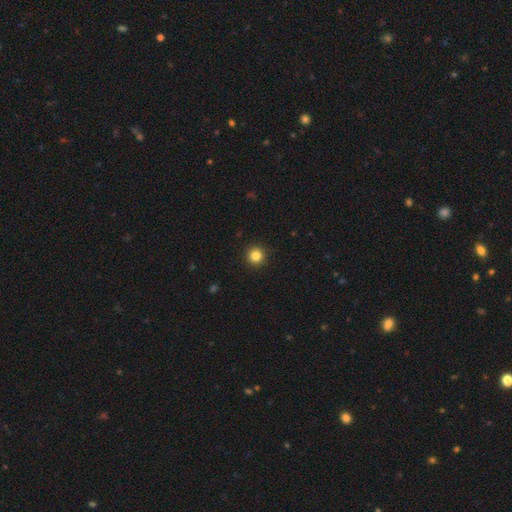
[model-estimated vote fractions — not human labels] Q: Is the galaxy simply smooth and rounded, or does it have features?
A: smooth — 84%.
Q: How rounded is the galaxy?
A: round — 95%.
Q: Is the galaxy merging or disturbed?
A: none — 93%.